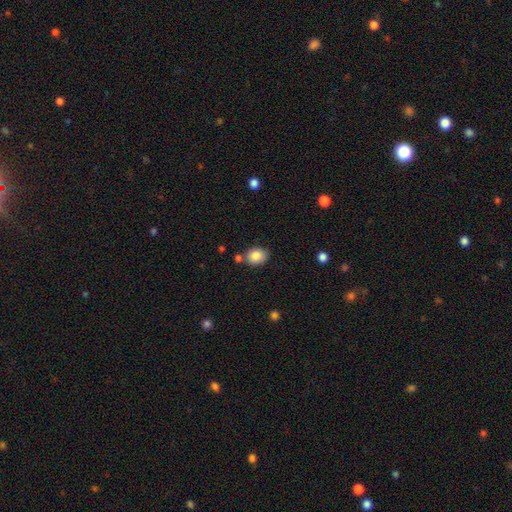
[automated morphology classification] type=smooth (85%); roundness=in between (61%); merging=none (73%).